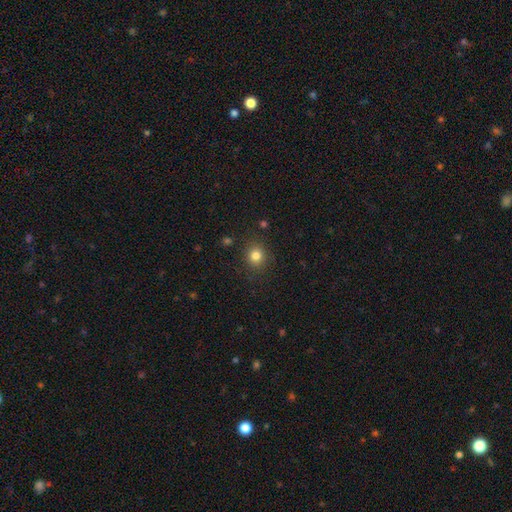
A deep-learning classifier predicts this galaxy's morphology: A smooth galaxy with no disk features (81%) that is round (83%). Merging: none (88%).